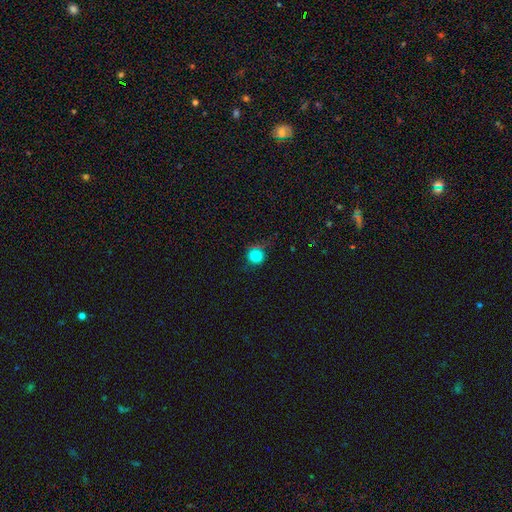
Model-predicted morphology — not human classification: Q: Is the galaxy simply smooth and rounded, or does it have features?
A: smooth — 80%.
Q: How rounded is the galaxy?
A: round — 88%.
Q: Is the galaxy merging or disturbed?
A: none — 61%.